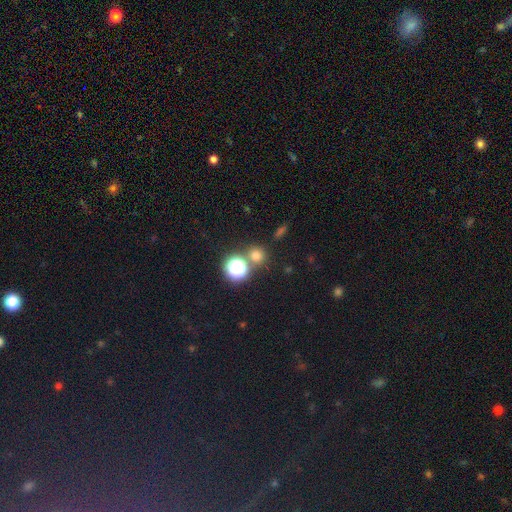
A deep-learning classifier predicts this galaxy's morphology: Smooth or featured? Predicted: smooth (p=0.67). How rounded? Predicted: round (p=0.88). Merging? Predicted: none (p=0.74).